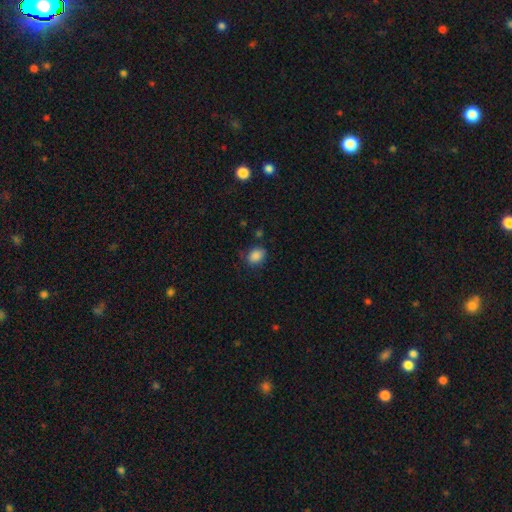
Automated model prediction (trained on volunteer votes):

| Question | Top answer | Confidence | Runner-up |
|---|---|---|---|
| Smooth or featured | smooth | 86% | star or artifact (9%) |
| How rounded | in between | 64% | round (35%) |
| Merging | none | 73% | minor disturbance (20%) |